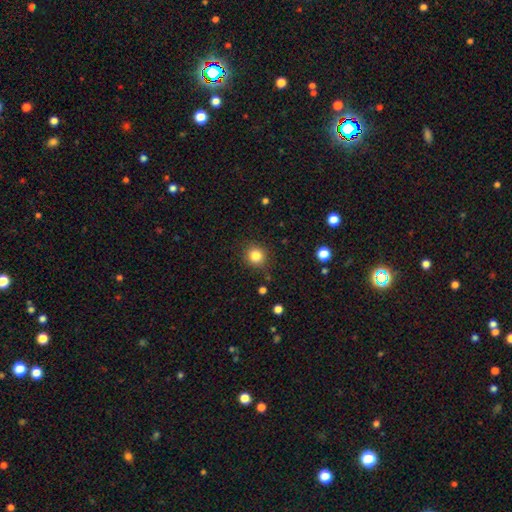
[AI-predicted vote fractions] Smooth or featured?
  - smooth: 83% *
  - star or artifact: 12%
  - featured or disk: 5%
How rounded?
  - round: 91% *
  - in between: 8%
  - cigar-shaped: 1%
Merging?
  - none: 88% *
  - minor disturbance: 8%
  - major disturbance: 3%
  - merger: 2%